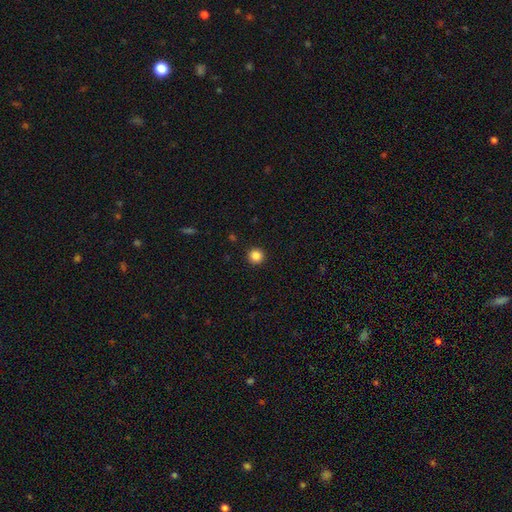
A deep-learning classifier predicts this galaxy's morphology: This is clearly a smooth galaxy (86%). How rounded: clearly round (96%). Merging: clearly none (93%).